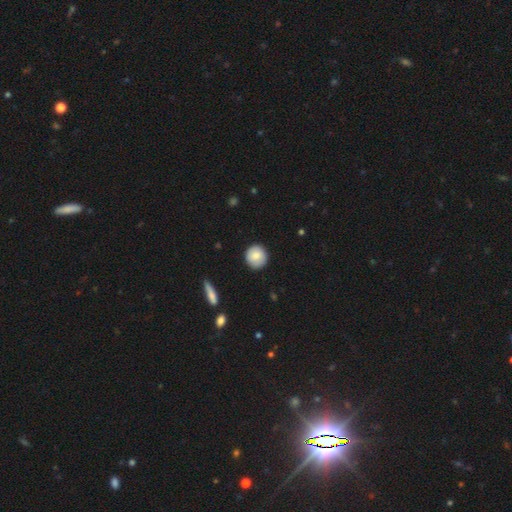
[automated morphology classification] Overall: smooth (82%). How rounded: round (93%). Merging: none (88%).